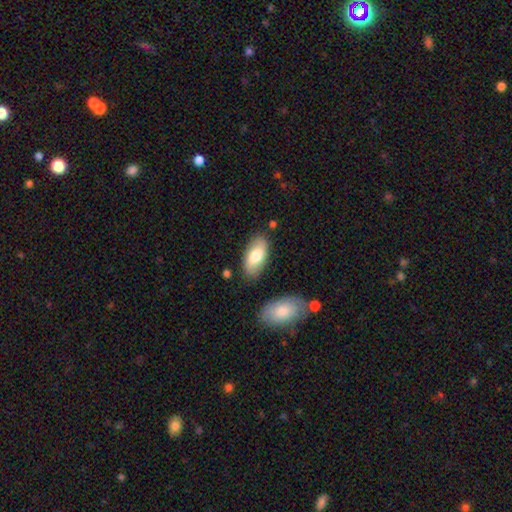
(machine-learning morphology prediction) Smooth or featured: smooth — 75% (featured or disk — 20%)
How rounded: in between — 92% (cigar-shaped — 5%)
Merging: none — 81% (minor disturbance — 13%)